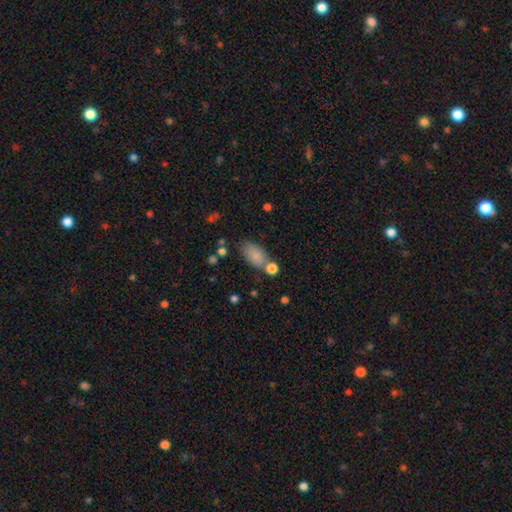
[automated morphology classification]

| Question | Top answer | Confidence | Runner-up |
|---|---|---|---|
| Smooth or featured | smooth | 82% | featured or disk (10%) |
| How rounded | in between | 91% | round (6%) |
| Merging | none | 62% | minor disturbance (17%) |